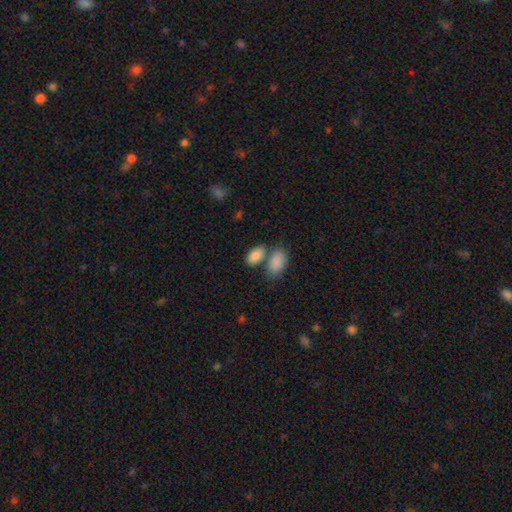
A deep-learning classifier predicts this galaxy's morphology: Q: Smooth or featured?
A: smooth (88%); runner-up: star or artifact (6%)
Q: How rounded?
A: in between (94%); runner-up: round (4%)
Q: Merging?
A: none (52%); runner-up: merger (32%)